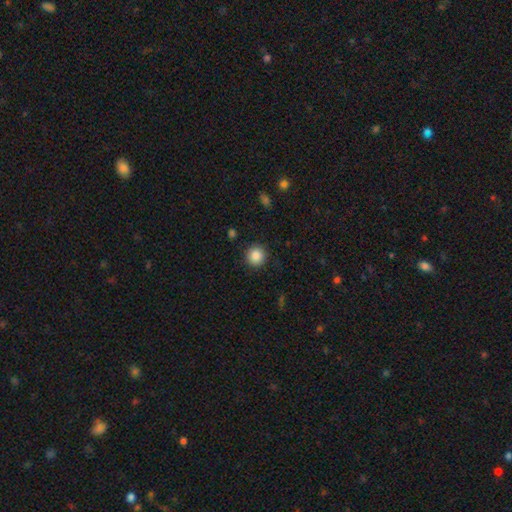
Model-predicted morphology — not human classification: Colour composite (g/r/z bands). It shows a smooth galaxy with no disk features (87%) that is round (94%). Merging: none (91%).